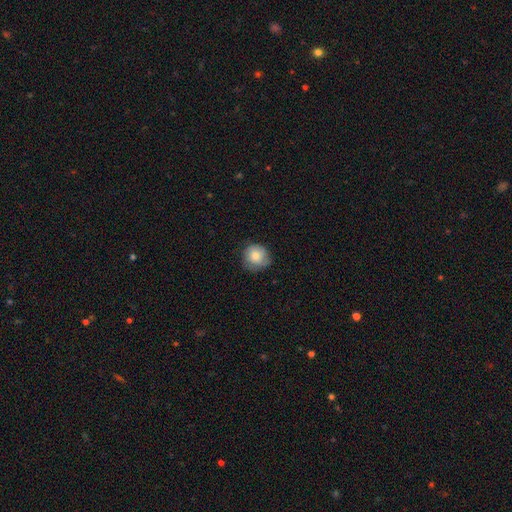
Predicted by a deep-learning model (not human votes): A smooth galaxy with no disk features (79%) that is round (89%).

Vote fractions:
- Smooth or featured? smooth: 79% / featured or disk: 14% / star or artifact: 7%
- How rounded? round: 89% / in between: 10% / cigar-shaped: 1%
- Merging? none: 73% / minor disturbance: 22% / major disturbance: 4% / merger: 1%